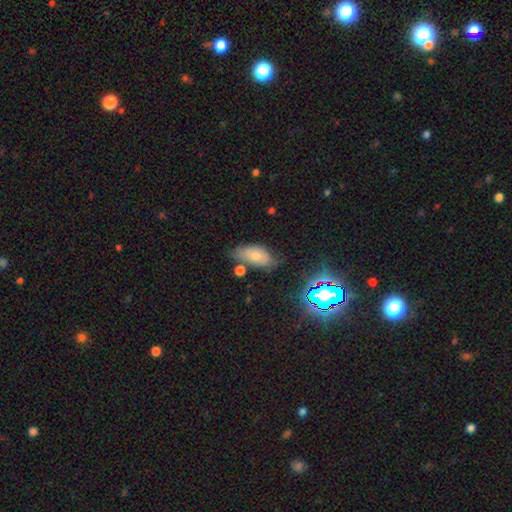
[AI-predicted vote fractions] Smooth or featured: smooth — 72% (featured or disk — 16%)
How rounded: in between — 91% (cigar-shaped — 5%)
Merging: none — 59% (minor disturbance — 26%)